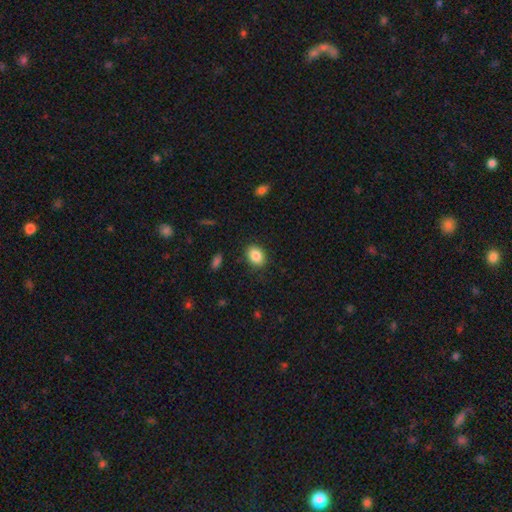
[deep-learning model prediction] This appears to be a smooth galaxy with no disk features (86%) that is in between round and cigar-shaped (68%). Merging: none (87%).